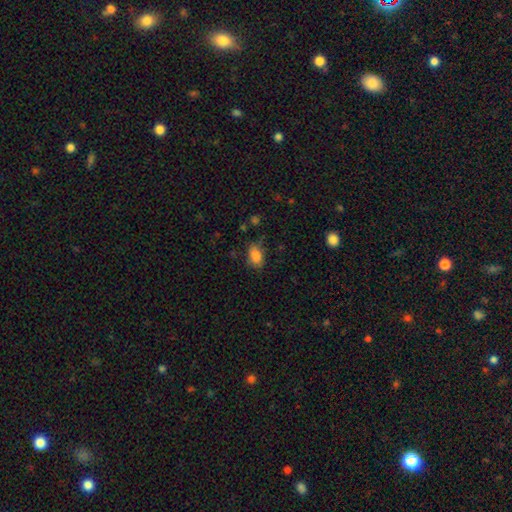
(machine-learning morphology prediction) A smooth galaxy with no disk features (84%) that is in between round and cigar-shaped (82%).

Vote fractions:
- Smooth or featured? smooth: 84% / star or artifact: 10% / featured or disk: 7%
- How rounded? in between: 82% / round: 15% / cigar-shaped: 2%
- Merging? none: 67% / minor disturbance: 24% / major disturbance: 7% / merger: 2%